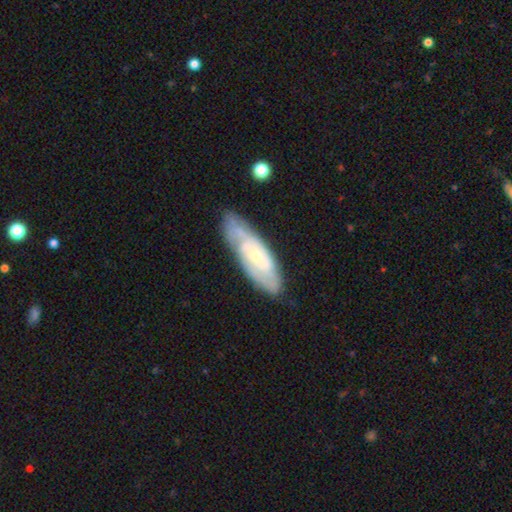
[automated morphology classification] Q: Smooth or featured?
A: featured or disk (79%); runner-up: smooth (16%)
Q: Edge-on disk?
A: no (88%); runner-up: yes (12%)
Q: Bar?
A: no (54%); runner-up: weak (36%)
Q: Spiral arms?
A: yes (93%); runner-up: no (7%)
Q: Spiral winding?
A: tight (60%); runner-up: medium (33%)
Q: Spiral arm count?
A: 2 (49%); runner-up: can't tell (30%)
Q: Bulge size?
A: small (64%); runner-up: moderate (31%)
Q: Merging?
A: none (76%); runner-up: minor disturbance (18%)